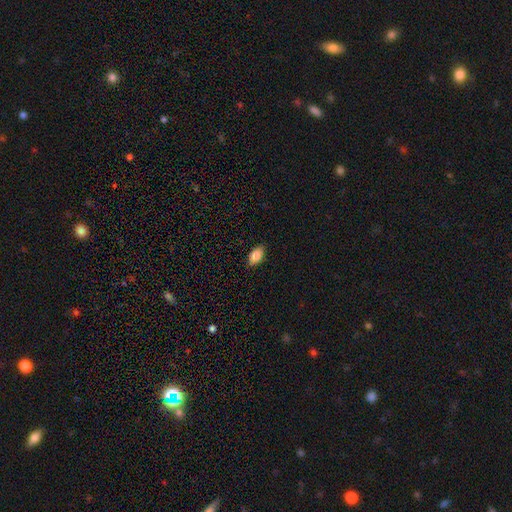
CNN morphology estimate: The model was most divided on "merging": none: 87%, minor disturbance: 10%, major disturbance: 2%, merger: 1%. More confident: how rounded — in between (92%); smooth or featured — smooth (86%).